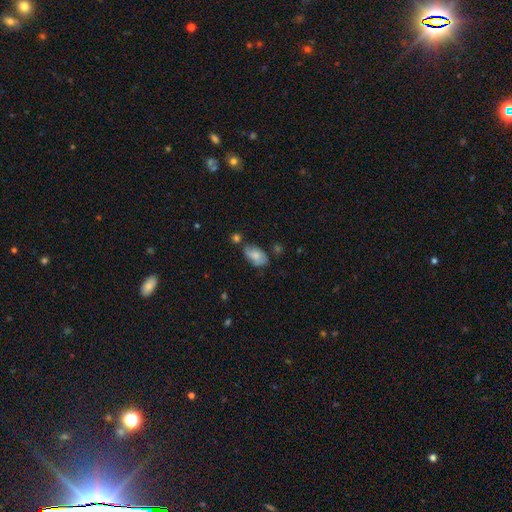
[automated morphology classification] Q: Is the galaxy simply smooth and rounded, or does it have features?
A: smooth — 70%.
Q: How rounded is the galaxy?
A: in between — 92%.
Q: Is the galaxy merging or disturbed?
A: none — 56%.